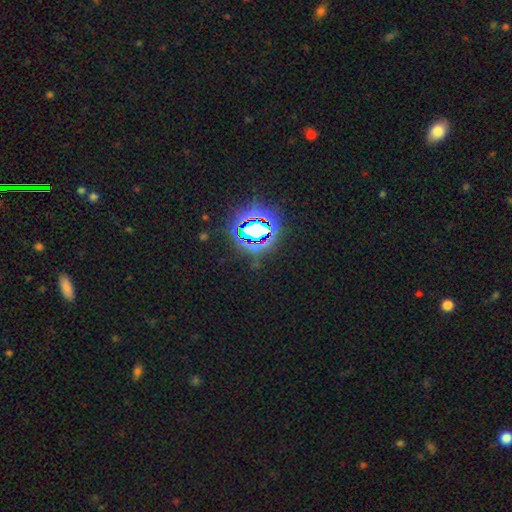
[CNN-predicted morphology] Smooth or featured? star or artifact (83%)